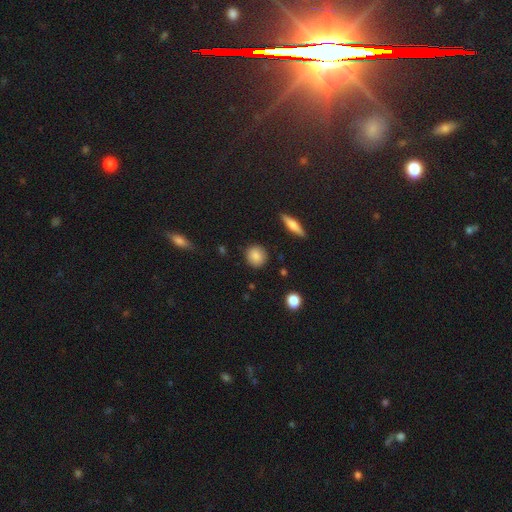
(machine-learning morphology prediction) smooth_or_featured: smooth (p=0.85) [alt: star or artifact p=0.08]
how_rounded: round (p=0.88) [alt: in between p=0.10]
merging: none (p=0.89) [alt: minor disturbance p=0.07]